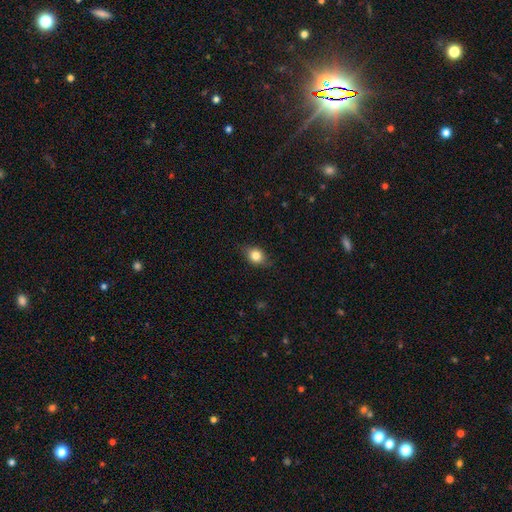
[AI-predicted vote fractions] Overall: smooth (80%). How rounded: round (50%; in between 48%). Merging: none (78%).